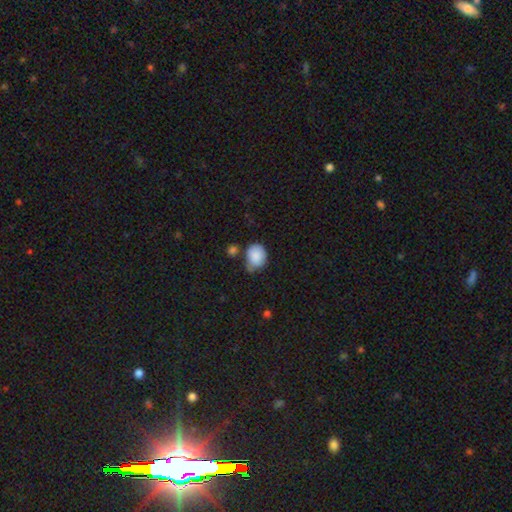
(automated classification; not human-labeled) Smooth or featured? Predicted: smooth (p=0.87). How rounded? Predicted: round (p=0.50, tied with in between). Merging? Predicted: none (p=0.51).